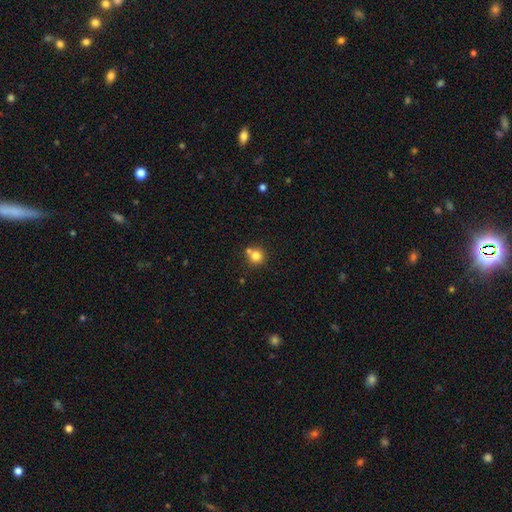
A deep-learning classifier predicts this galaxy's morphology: smooth-or-featured: smooth: 79% | star or artifact: 12% | featured or disk: 8%
  how-rounded: round: 92% | in between: 7% | cigar-shaped: 1%
  merging: none: 66% | merger: 24% | minor disturbance: 8% | major disturbance: 3%